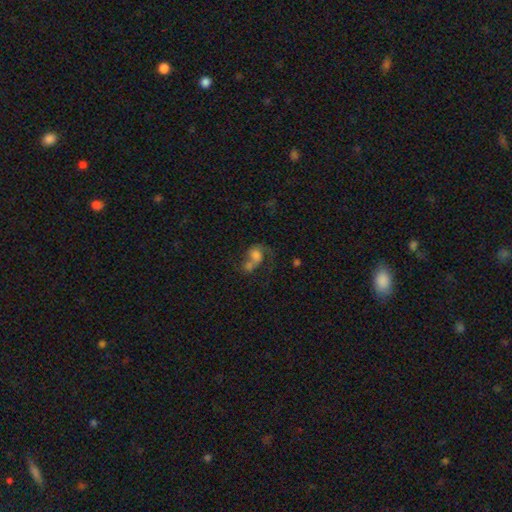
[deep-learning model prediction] Morphology: type=smooth (46%); merging=merger (56%).